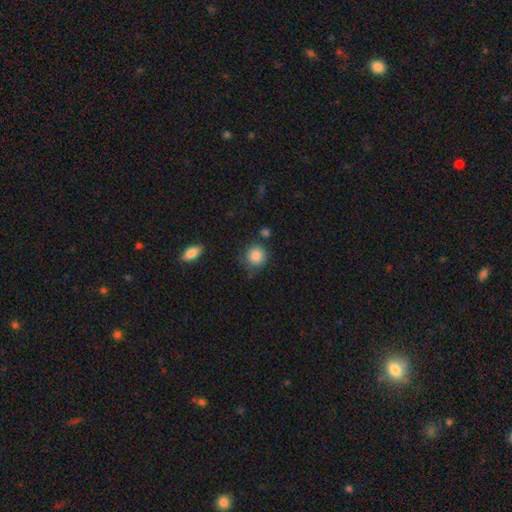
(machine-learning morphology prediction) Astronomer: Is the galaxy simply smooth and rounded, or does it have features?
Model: smooth — 87%.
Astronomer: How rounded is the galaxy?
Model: round — 87%.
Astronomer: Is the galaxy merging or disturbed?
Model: none — 71%.